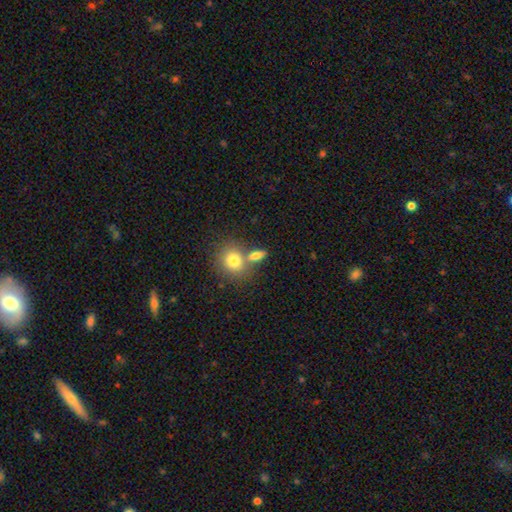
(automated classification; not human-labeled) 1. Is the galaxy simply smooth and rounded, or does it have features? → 78% smooth, 13% featured or disk, 9% star or artifact.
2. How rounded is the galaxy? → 61% in between, 29% round, 10% cigar-shaped.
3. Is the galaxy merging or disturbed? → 52% none, 34% merger, 10% minor disturbance, 4% major disturbance.